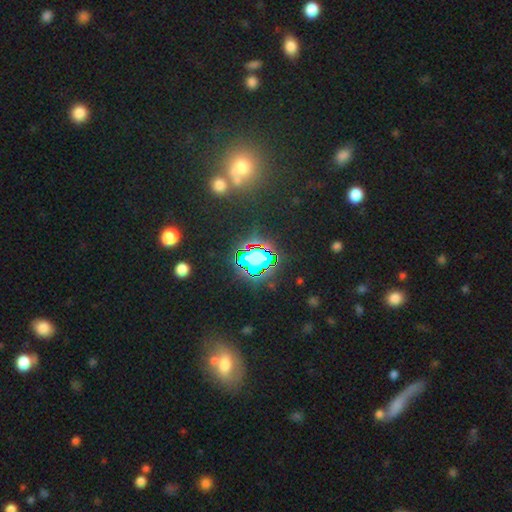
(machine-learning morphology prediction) type=star or artifact (72%).